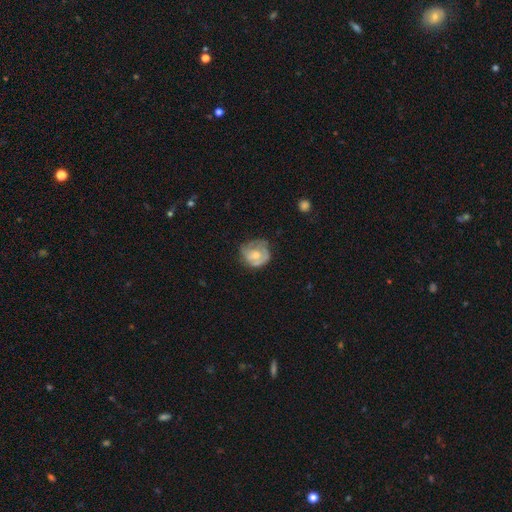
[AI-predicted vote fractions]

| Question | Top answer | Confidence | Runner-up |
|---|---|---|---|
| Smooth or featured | featured or disk | 52% | smooth (41%) |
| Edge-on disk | no | 97% | yes (3%) |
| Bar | no | 72% | weak (24%) |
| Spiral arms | yes | 58% | no (42%) |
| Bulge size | moderate | 56% | small (32%) |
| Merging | none | 53% | minor disturbance (29%) |